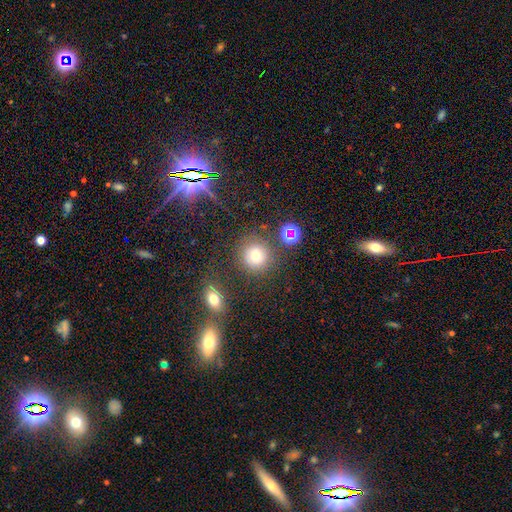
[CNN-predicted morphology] Smooth or featured?
  - smooth: 72% *
  - star or artifact: 17%
  - featured or disk: 11%
How rounded?
  - round: 91% *
  - in between: 8%
  - cigar-shaped: 1%
Merging?
  - none: 80% *
  - minor disturbance: 10%
  - merger: 6%
  - major disturbance: 5%